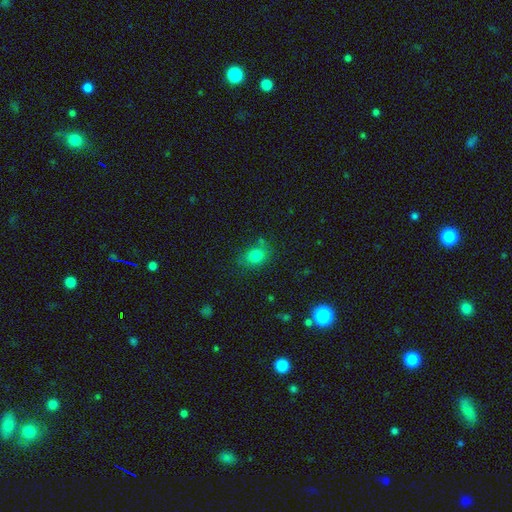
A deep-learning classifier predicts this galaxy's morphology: Q: Smooth or featured?
A: smooth (79%); runner-up: star or artifact (13%)
Q: How rounded?
A: in between (50%); runner-up: round (49%)
Q: Merging?
A: none (72%); runner-up: minor disturbance (18%)